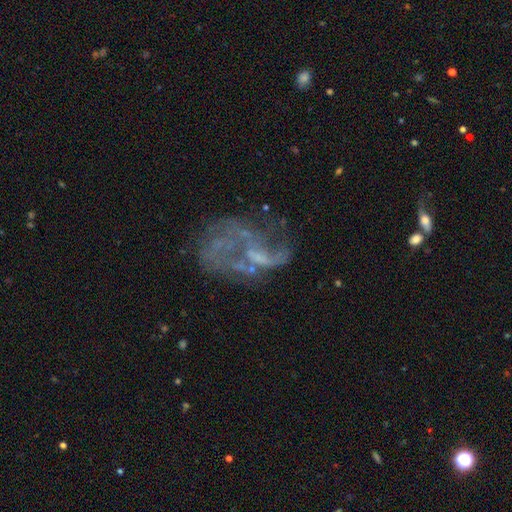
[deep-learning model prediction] A featured or disk galaxy (69%) with no bar (71%), no spiral arms (63%) and no central bulge (64%). Merging: major disturbance (42%).